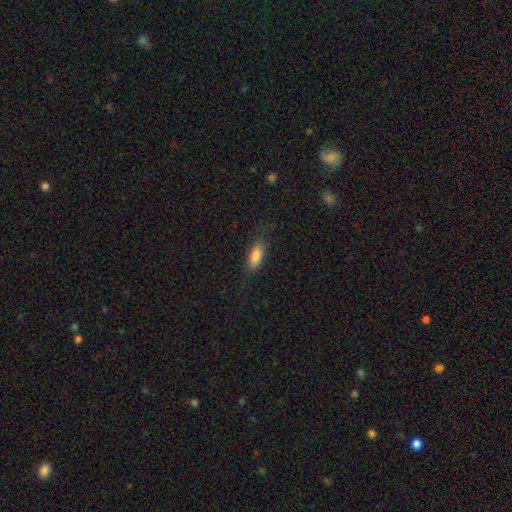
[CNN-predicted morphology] type=smooth (83%); roundness=in between (77%); merging=none (77%).